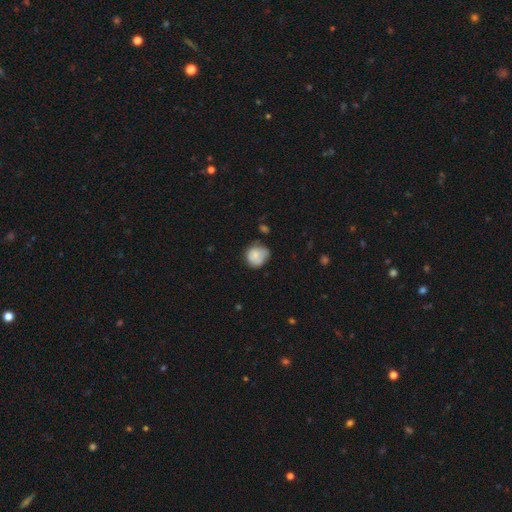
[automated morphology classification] smooth 75%, featured or disk 17%, star or artifact 8%. Down the decision tree: how rounded — round (76%); merging — none (52%).